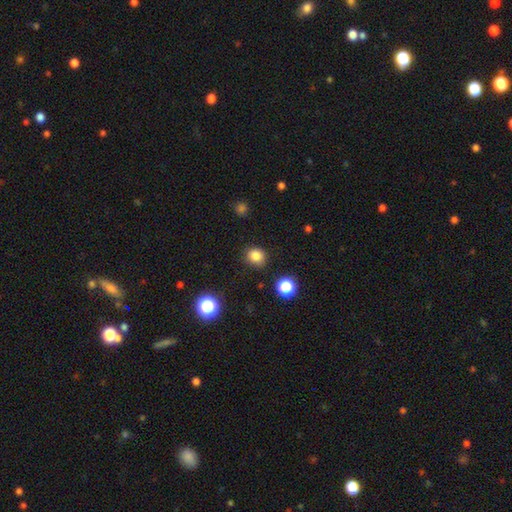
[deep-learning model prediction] smooth 83%, star or artifact 13%, featured or disk 4%. Down the decision tree: how rounded — round (78%); merging — none (85%).